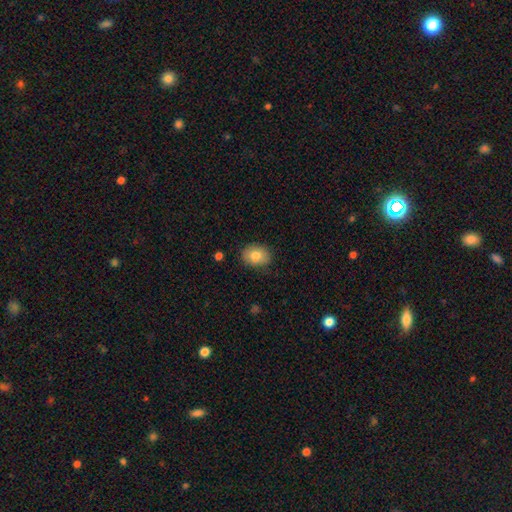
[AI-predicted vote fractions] Smooth or featured? smooth (81%)
How rounded? in between (62%)
Merging? none (81%)